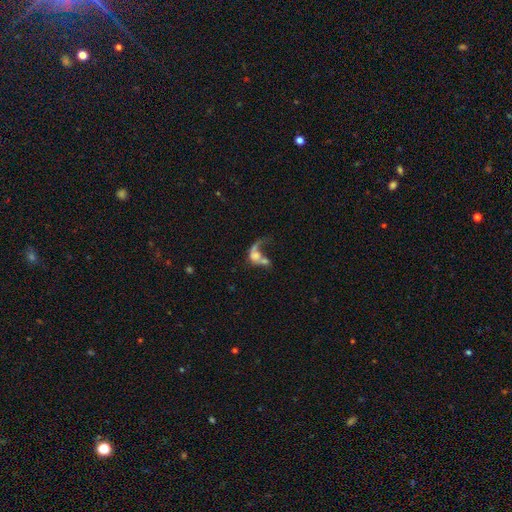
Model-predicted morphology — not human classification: Q: Smooth or featured?
A: featured or disk (47%); runner-up: smooth (42%)
Q: Merging?
A: merger (46%); runner-up: major disturbance (33%)